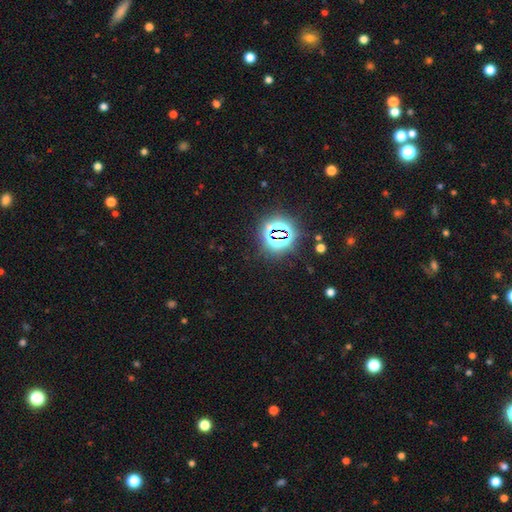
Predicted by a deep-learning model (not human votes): Smooth or featured: star or artifact — 80% (smooth — 13%)